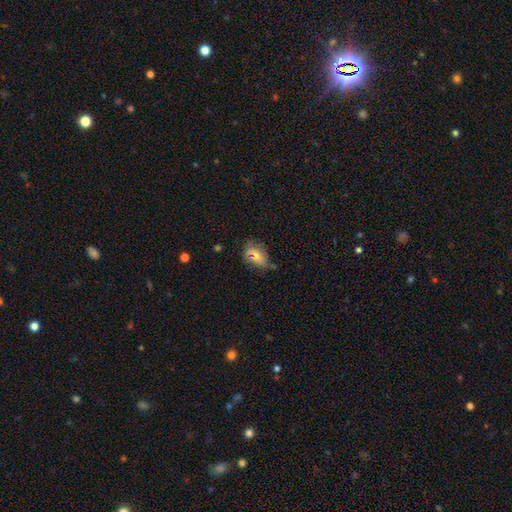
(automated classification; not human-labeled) This is possibly a smooth galaxy (59%). How rounded: likely in between (80%). Merging: marginally none (44%).